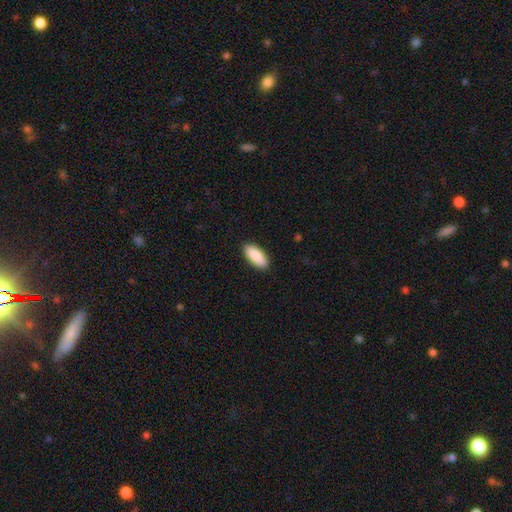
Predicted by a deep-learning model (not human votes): Overall: smooth (88%). How rounded: in between (81%). Merging: none (91%).